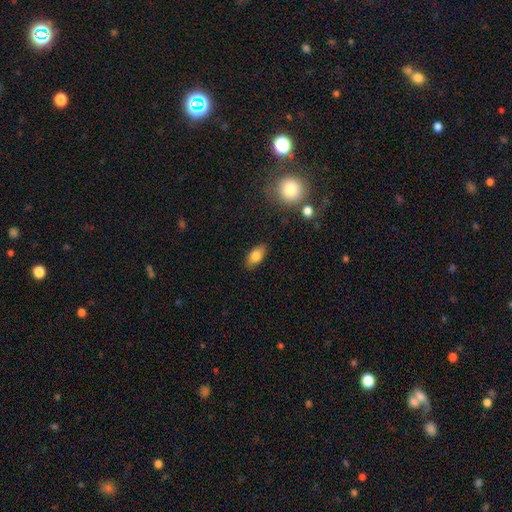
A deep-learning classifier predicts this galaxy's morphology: Smooth or featured: smooth — 81% (featured or disk — 11%)
How rounded: in between — 90% (round — 6%)
Merging: none — 86% (minor disturbance — 10%)